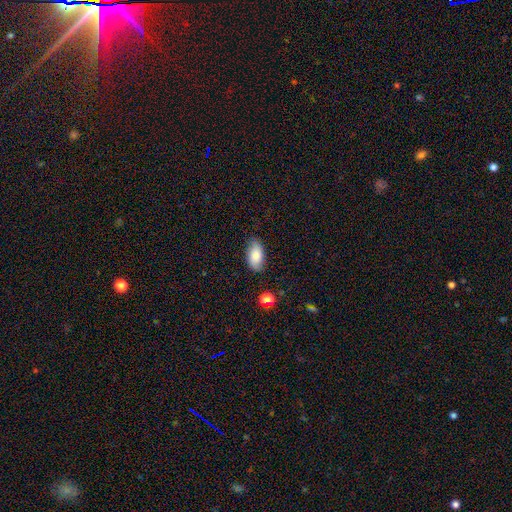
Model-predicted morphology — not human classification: Overall: smooth (84%). How rounded: in between (94%). Merging: none (77%).